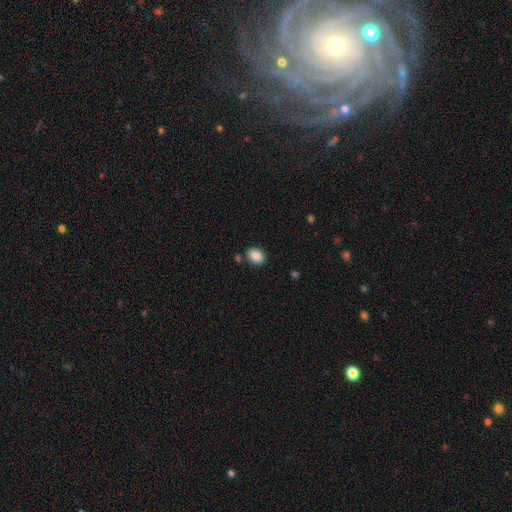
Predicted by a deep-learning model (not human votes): Morphology: type=smooth (88%); roundness=in between (74%); merging=none (83%).